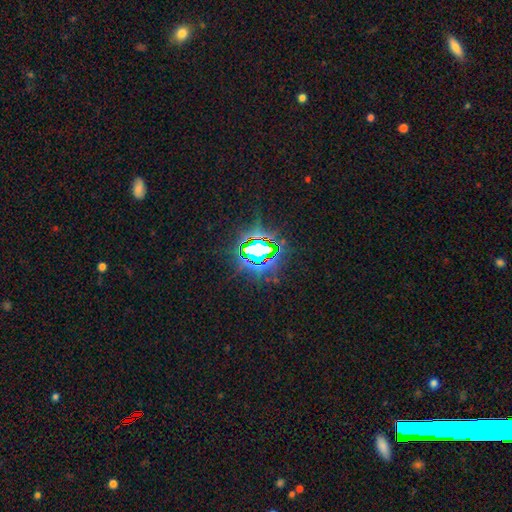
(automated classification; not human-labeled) smooth-or-featured: star or artifact: 80% | smooth: 10% | featured or disk: 10%